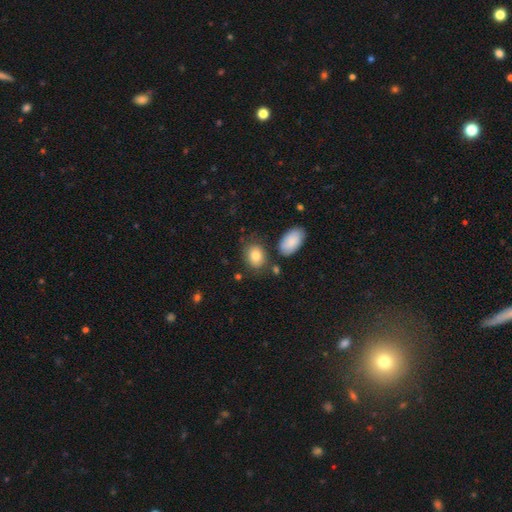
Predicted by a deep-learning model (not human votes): A smooth galaxy with no disk features (82%) that is in between round and cigar-shaped (66%). Merging: none (72%).